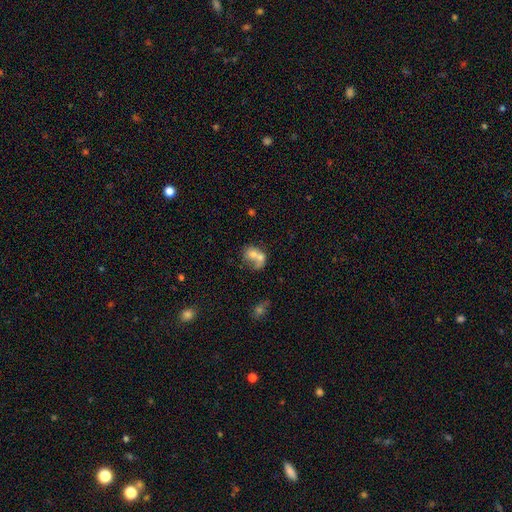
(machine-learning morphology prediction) Q: Smooth or featured?
A: smooth (61%); runner-up: featured or disk (29%)
Q: How rounded?
A: in between (53%); runner-up: round (45%)
Q: Merging?
A: merger (71%); runner-up: none (16%)